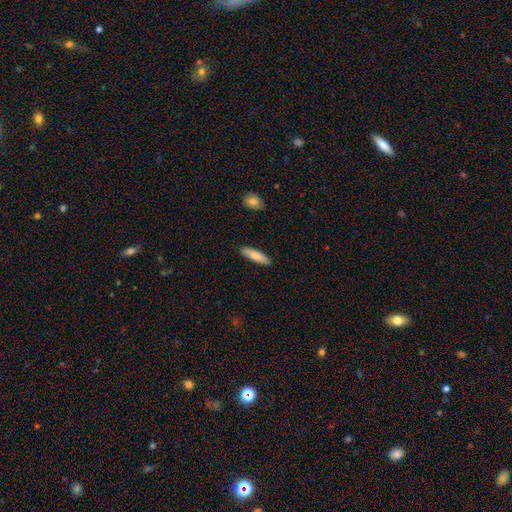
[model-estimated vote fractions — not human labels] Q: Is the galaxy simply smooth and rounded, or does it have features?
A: smooth — 75%.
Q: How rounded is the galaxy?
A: cigar-shaped — 74%.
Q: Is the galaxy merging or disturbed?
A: none — 90%.